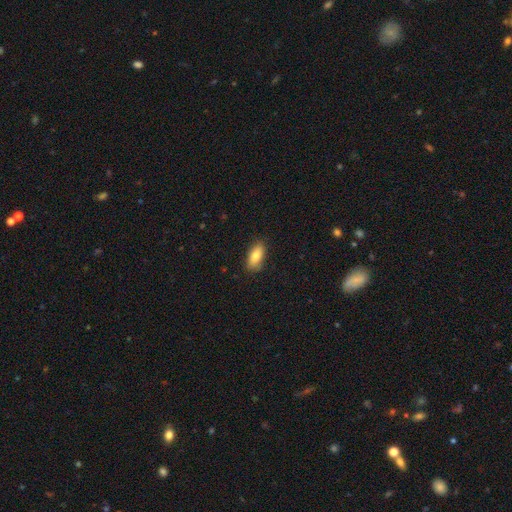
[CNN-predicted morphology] A smooth galaxy with no disk features (81%) that is in between round and cigar-shaped (86%).

Vote fractions:
- Smooth or featured? smooth: 81% / featured or disk: 12% / star or artifact: 7%
- How rounded? in between: 86% / cigar-shaped: 11% / round: 3%
- Merging? none: 83% / minor disturbance: 13% / major disturbance: 2% / merger: 1%